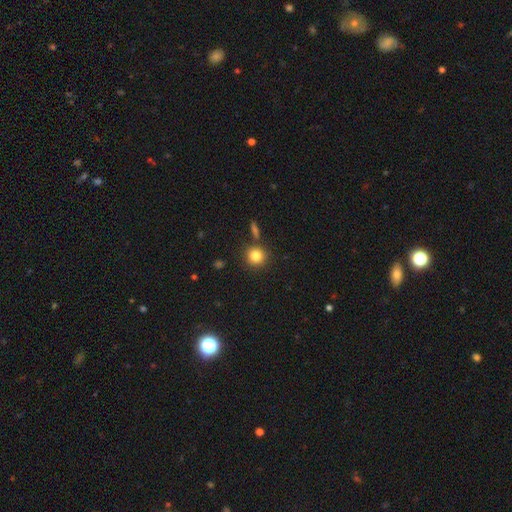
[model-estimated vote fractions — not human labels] smooth 82%, star or artifact 11%, featured or disk 7%. Down the decision tree: how rounded — round (92%); merging — none (82%).